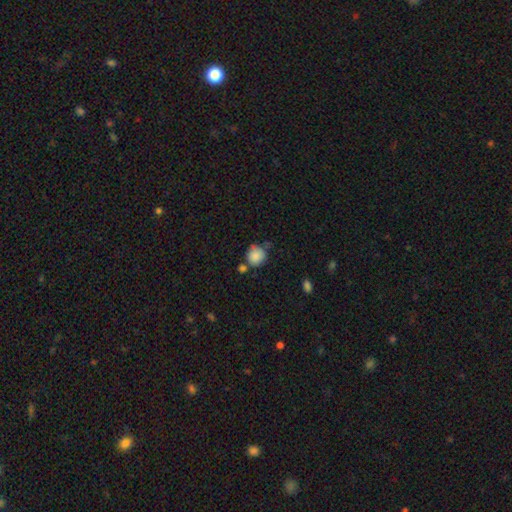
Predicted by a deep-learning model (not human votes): Smooth or featured?
  - smooth: 86% *
  - star or artifact: 8%
  - featured or disk: 6%
How rounded?
  - round: 89% *
  - in between: 10%
  - cigar-shaped: 1%
Merging?
  - none: 61% *
  - minor disturbance: 19%
  - merger: 14%
  - major disturbance: 5%